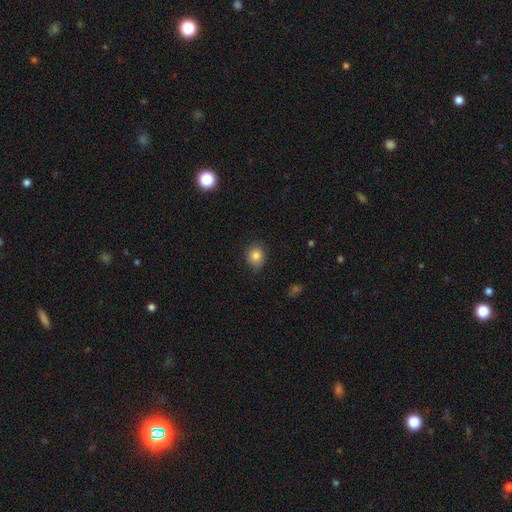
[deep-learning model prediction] smooth 82%, star or artifact 10%, featured or disk 8%. Down the decision tree: how rounded — round (69%); merging — none (75%).